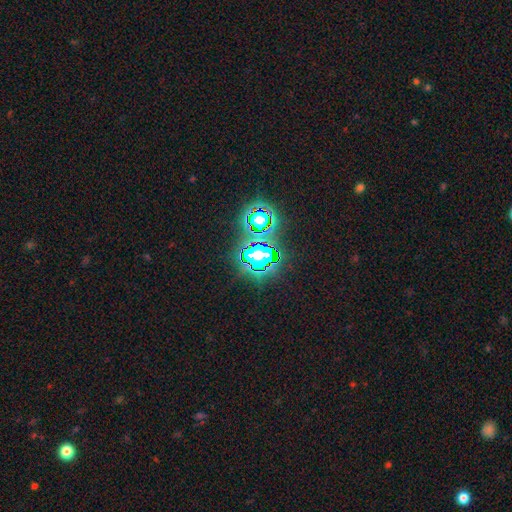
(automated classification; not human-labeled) Smooth or featured: star or artifact — 78% (smooth — 14%)